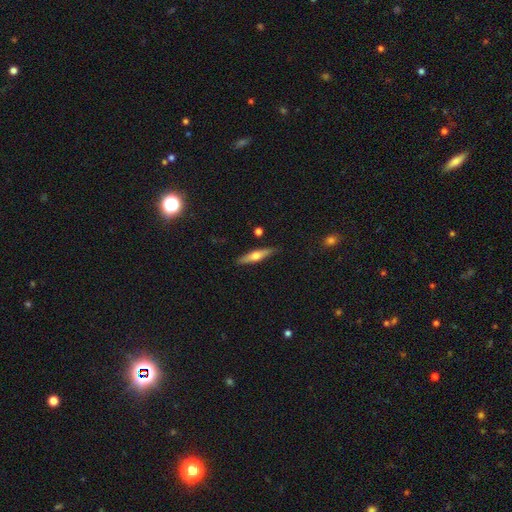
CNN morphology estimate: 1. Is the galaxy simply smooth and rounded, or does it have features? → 51% featured or disk, 43% smooth, 6% star or artifact.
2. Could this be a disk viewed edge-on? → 93% yes, 7% no.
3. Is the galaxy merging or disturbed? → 87% none, 9% minor disturbance, 2% merger, 2% major disturbance.